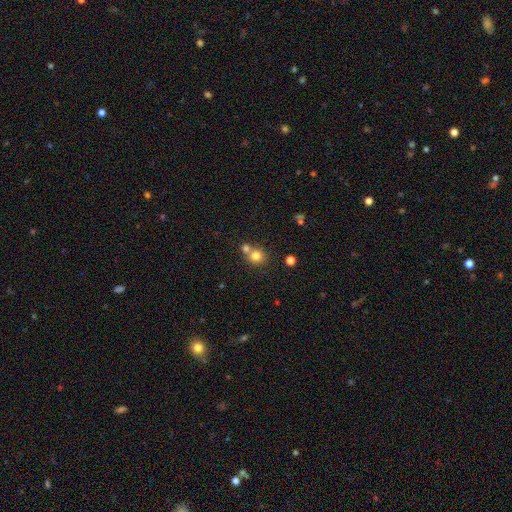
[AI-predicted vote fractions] Smooth or featured? Predicted: smooth (p=0.78). How rounded? Predicted: round (p=0.87). Merging? Predicted: none (p=0.51).